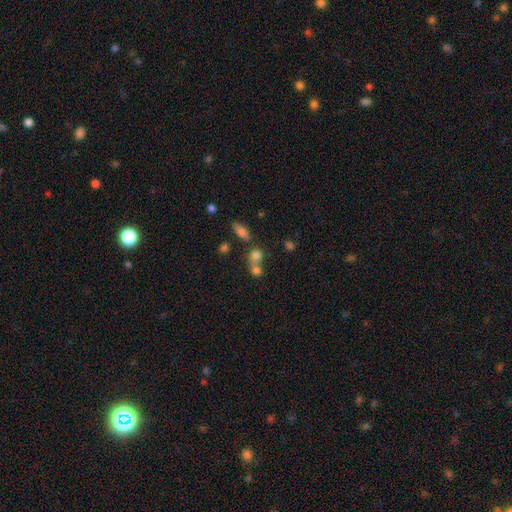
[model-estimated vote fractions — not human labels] Morphology: type=smooth (75%); roundness=round (63%); merging=merger (51%).